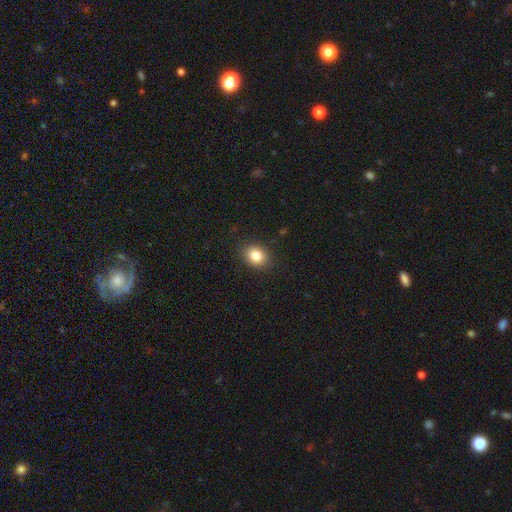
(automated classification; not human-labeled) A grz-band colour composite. It shows a smooth galaxy with no disk features (84%) that is in between round and cigar-shaped (56%). Merging: none (88%).